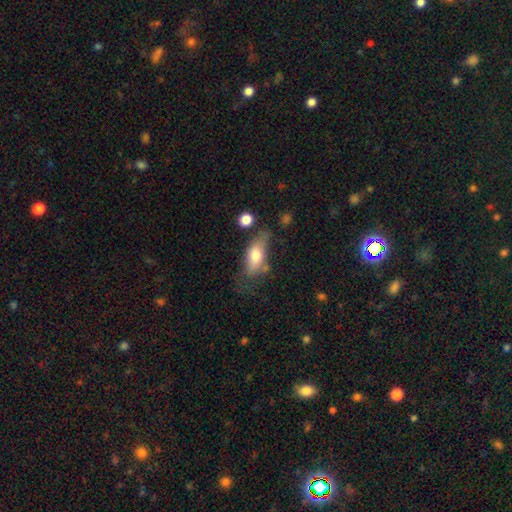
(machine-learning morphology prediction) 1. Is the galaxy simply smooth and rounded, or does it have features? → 70% smooth, 23% featured or disk, 7% star or artifact.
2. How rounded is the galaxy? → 82% in between, 14% cigar-shaped, 4% round.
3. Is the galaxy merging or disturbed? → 41% none, 30% minor disturbance, 20% major disturbance, 9% merger.